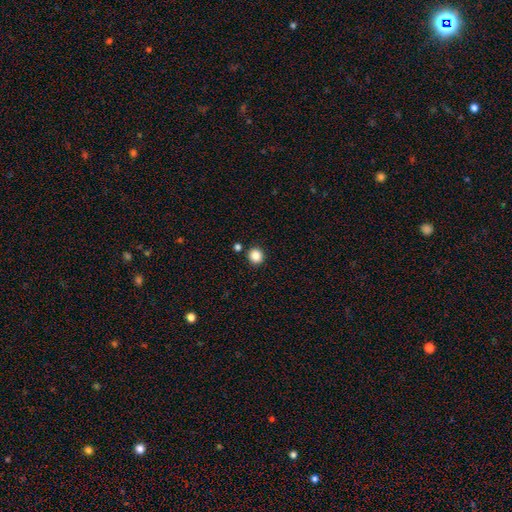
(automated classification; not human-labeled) Smooth or featured? Predicted: smooth (p=0.85). How rounded? Predicted: round (p=0.87). Merging? Predicted: none (p=0.88).